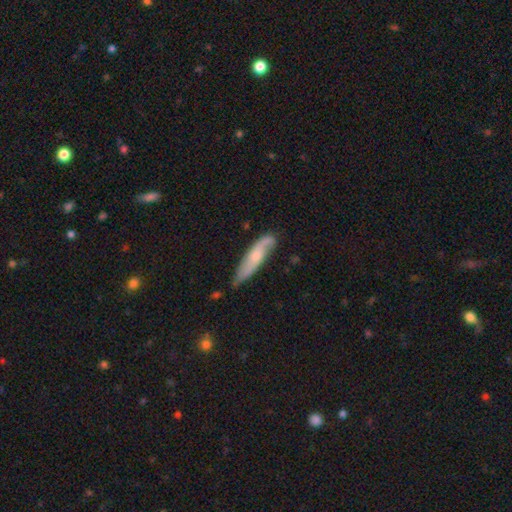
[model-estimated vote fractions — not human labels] smooth_or_featured: featured or disk (p=0.52) [alt: smooth p=0.42]
disk_edge_on: no (p=0.59) [alt: yes p=0.41]
merging: none (p=0.65) [alt: minor disturbance p=0.26]